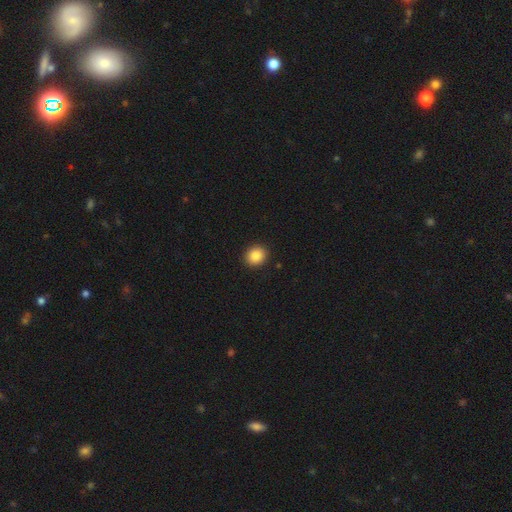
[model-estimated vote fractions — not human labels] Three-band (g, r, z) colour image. It shows a smooth galaxy with no disk features (87%) that is round (79%). Merging: none (92%).